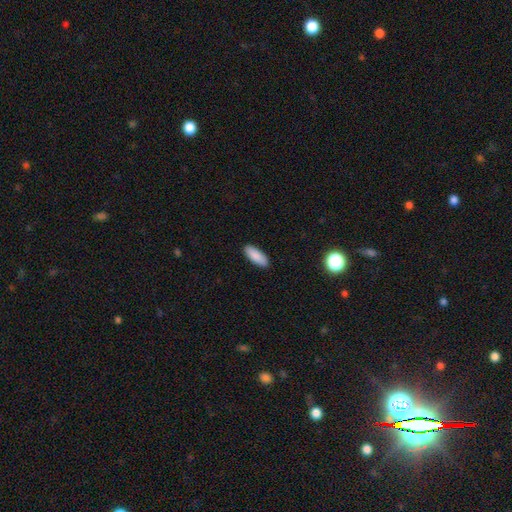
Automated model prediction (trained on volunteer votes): smooth-or-featured: smooth: 88% | star or artifact: 6% | featured or disk: 6%
  how-rounded: in between: 74% | cigar-shaped: 24% | round: 2%
  merging: none: 90% | minor disturbance: 8% | major disturbance: 2% | merger: 1%